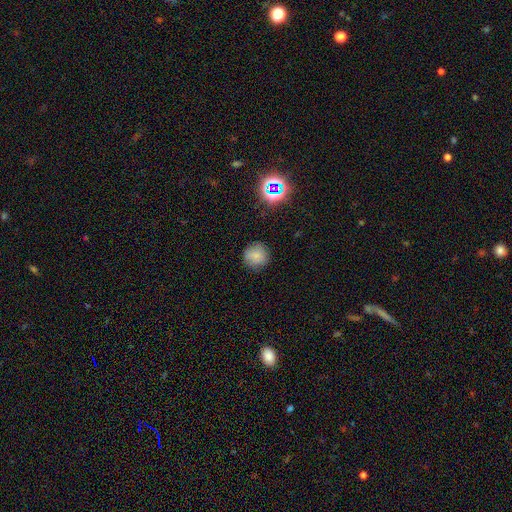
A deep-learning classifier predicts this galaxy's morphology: Smooth or featured? smooth (77%)
How rounded? round (93%)
Merging? none (86%)